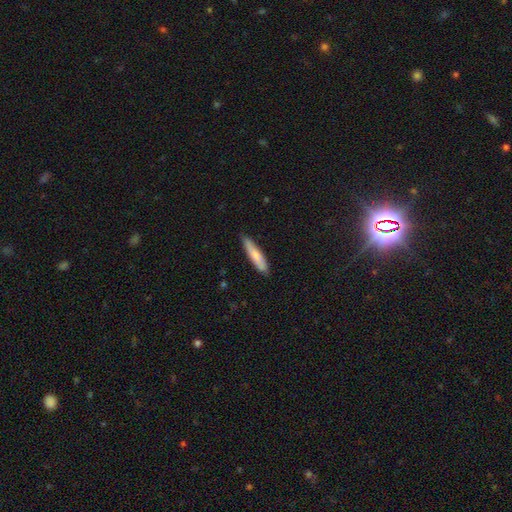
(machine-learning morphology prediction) The model was most divided on "smooth or featured": smooth: 71%, featured or disk: 23%, star or artifact: 5%. More confident: merging — none (83%); how rounded — cigar-shaped (80%).